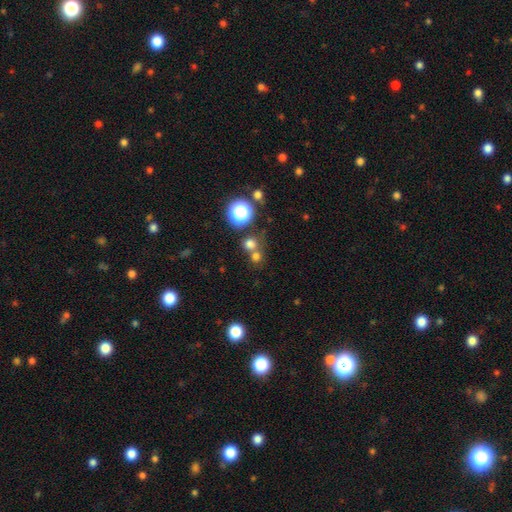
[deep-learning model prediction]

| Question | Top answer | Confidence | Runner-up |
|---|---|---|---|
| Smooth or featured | smooth | 57% | star or artifact (34%) |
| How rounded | round | 87% | in between (11%) |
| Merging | none | 60% | merger (30%) |